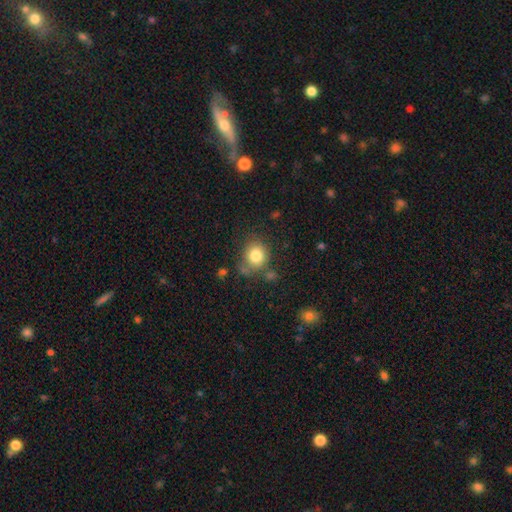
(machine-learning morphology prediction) This is clearly a smooth galaxy (82%). How rounded: likely round (77%). Merging: likely none (67%).